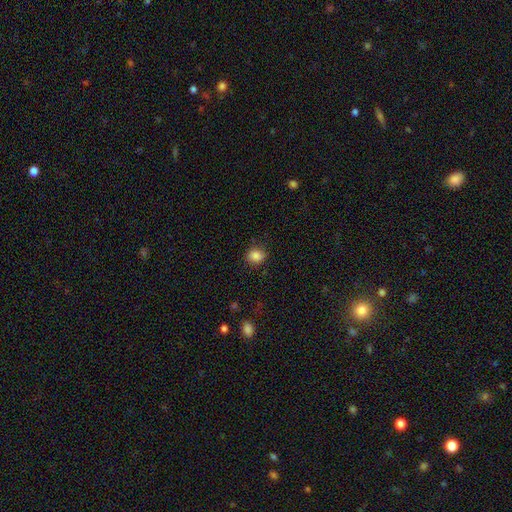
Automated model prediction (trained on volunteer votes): smooth-or-featured: smooth: 85% | star or artifact: 10% | featured or disk: 4%
  how-rounded: round: 73% | in between: 26% | cigar-shaped: 1%
  merging: none: 86% | minor disturbance: 10% | major disturbance: 3% | merger: 1%